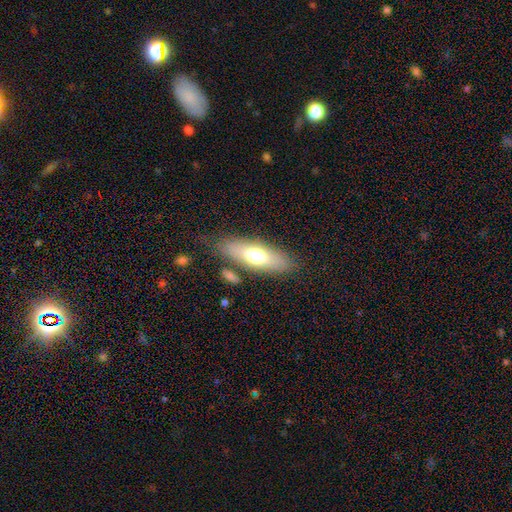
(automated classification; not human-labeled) A smooth galaxy with no disk features (65%) that is in between round and cigar-shaped (63%). Merging: none (76%).